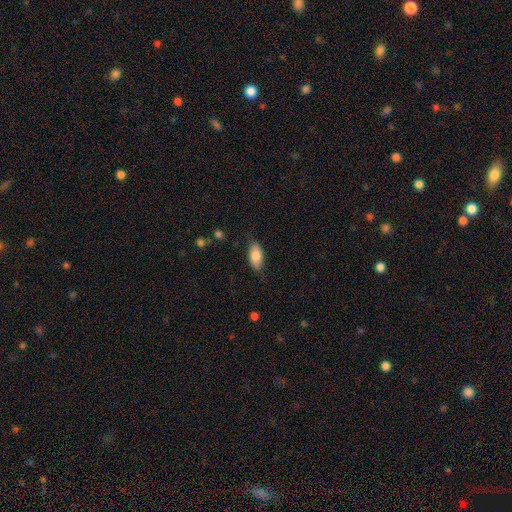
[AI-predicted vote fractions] Overall: smooth (81%). How rounded: in between (88%). Merging: none (78%).